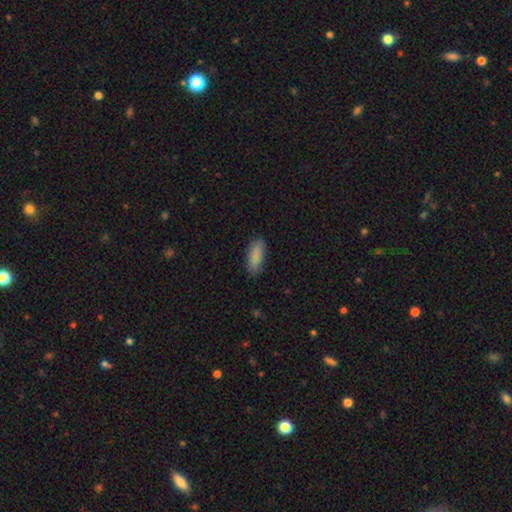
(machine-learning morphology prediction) A smooth galaxy with no disk features (88%) that is in between round and cigar-shaped (70%).

Vote fractions:
- Smooth or featured? smooth: 88% / star or artifact: 6% / featured or disk: 5%
- How rounded? in between: 70% / cigar-shaped: 28% / round: 2%
- Merging? none: 84% / minor disturbance: 12% / major disturbance: 3% / merger: 1%